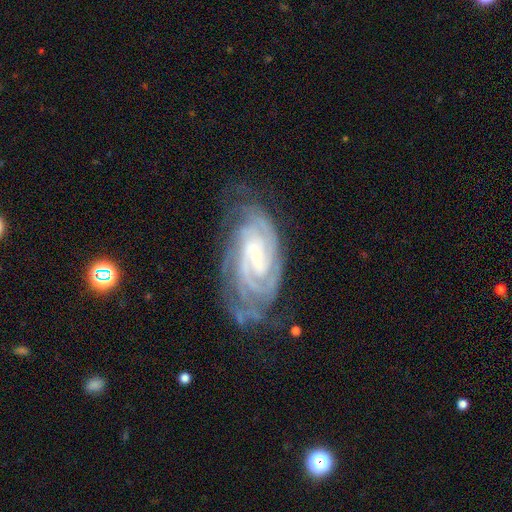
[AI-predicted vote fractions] The model was most divided on "spiral arm count": 2: 25%, can't tell: 23%, 3: 20%, 4: 19%, more than 4: 7%, 1: 5%. Remaining: spiral arms — yes (98%); edge-on disk — no (96%); smooth or featured — featured or disk (89%); spiral winding — tight (75%); bulge size — small (71%); merging — none (66%); bar — weak (47%).